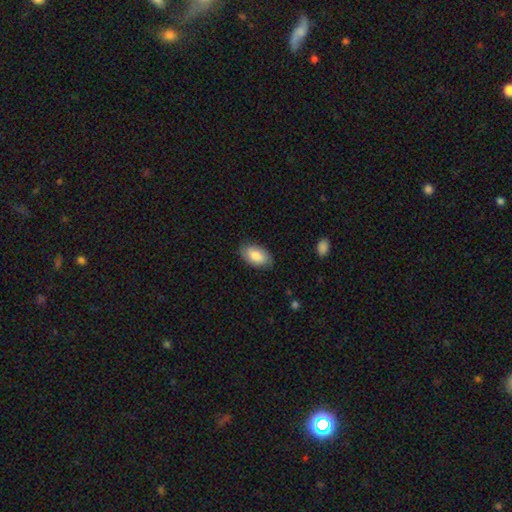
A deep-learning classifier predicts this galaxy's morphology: smooth-or-featured: smooth: 80% | featured or disk: 14% | star or artifact: 6%
  how-rounded: in between: 94% | round: 4% | cigar-shaped: 2%
  merging: none: 84% | minor disturbance: 12% | major disturbance: 3% | merger: 1%